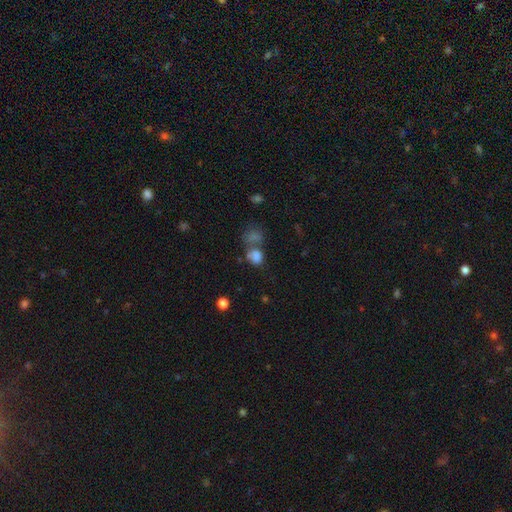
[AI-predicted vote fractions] Morphology: type=smooth (76%); roundness=in between (51%); merging=merger (46%).